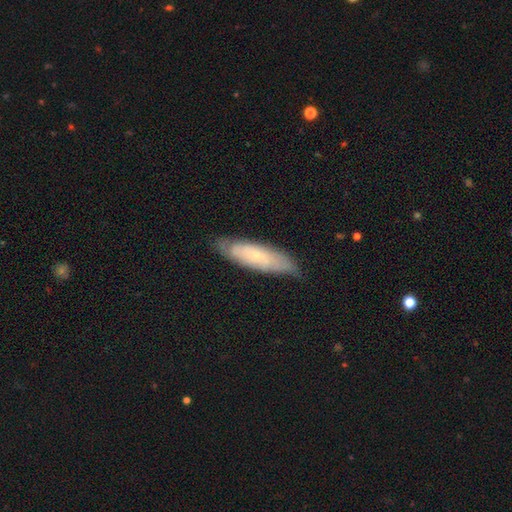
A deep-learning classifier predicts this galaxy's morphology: Smooth or featured?
  - featured or disk: 50% *
  - smooth: 43%
  - star or artifact: 7%
Edge-on disk?
  - no: 71% *
  - yes: 29%
Merging?
  - none: 76% *
  - minor disturbance: 19%
  - major disturbance: 4%
  - merger: 1%